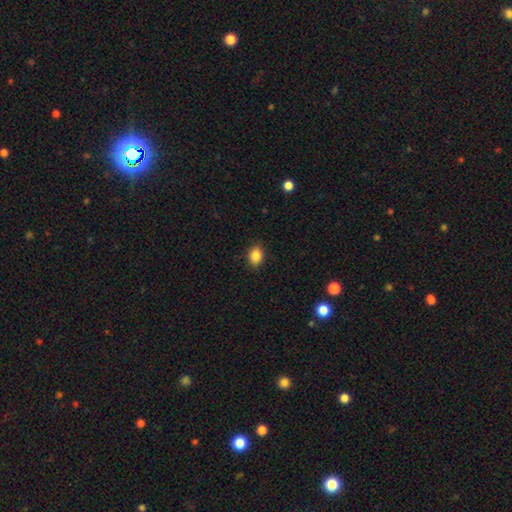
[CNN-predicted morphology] smooth 87%, star or artifact 9%, featured or disk 4%. Down the decision tree: how rounded — in between (71%); merging — none (88%).